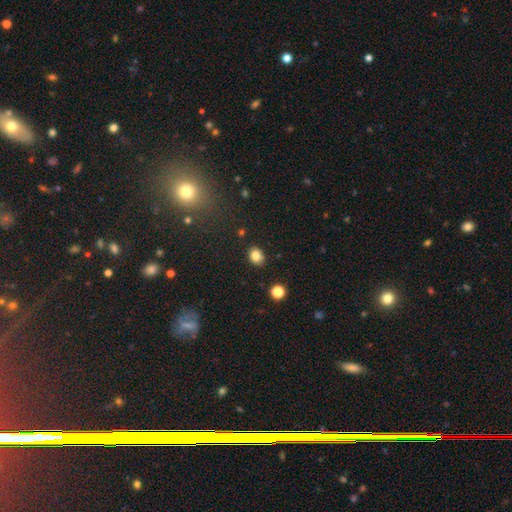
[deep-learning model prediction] smooth 82%, star or artifact 11%, featured or disk 7%. Down the decision tree: how rounded — round (53%); merging — none (86%).